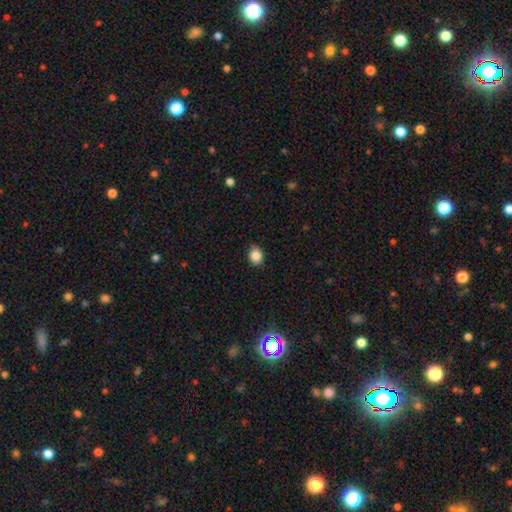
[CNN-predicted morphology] The model was most divided on "how rounded": round: 50%, in between: 49%, cigar-shaped: 1%. More confident: merging — none (86%); smooth or featured — smooth (86%).